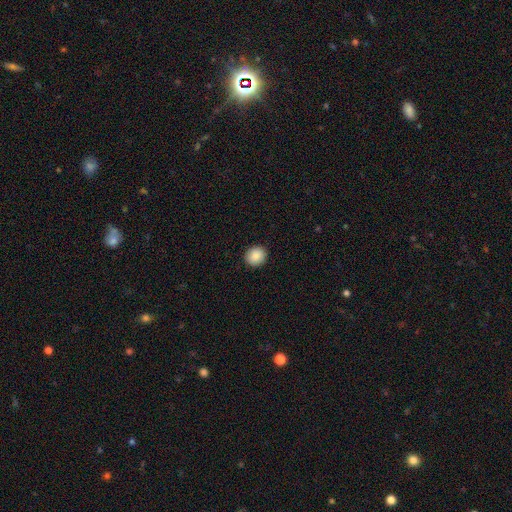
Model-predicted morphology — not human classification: A smooth galaxy with no disk features (89%) that is round (84%). Merging: none (92%).